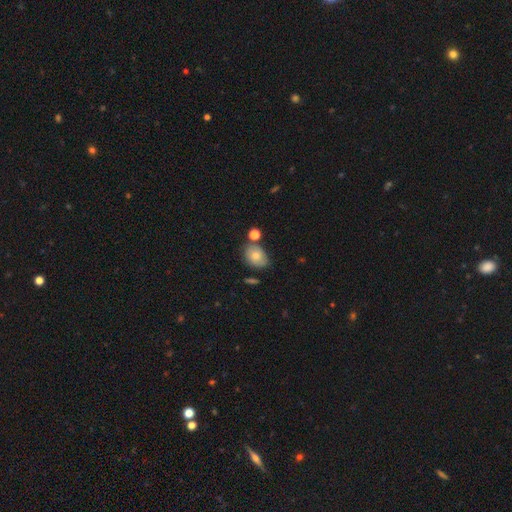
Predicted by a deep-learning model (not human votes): Overall: smooth (75%). How rounded: in between (67%; round 32%). Merging: none (63%).